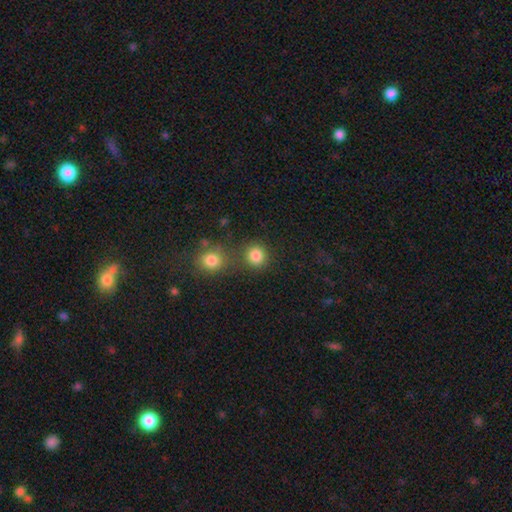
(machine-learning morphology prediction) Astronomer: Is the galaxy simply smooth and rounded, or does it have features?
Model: smooth — 83%.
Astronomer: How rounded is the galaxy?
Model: round — 89%.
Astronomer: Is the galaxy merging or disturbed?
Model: none — 73%.